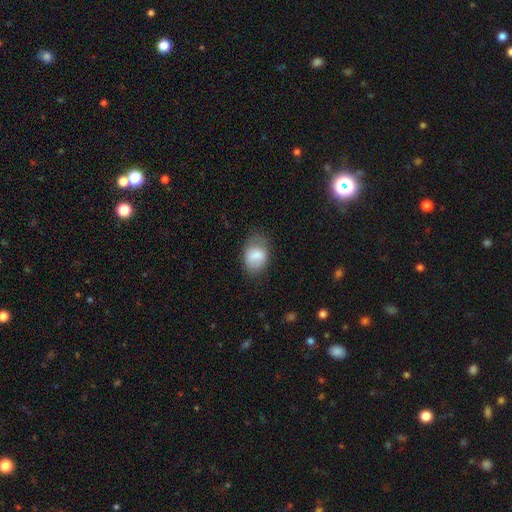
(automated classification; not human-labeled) smooth_or_featured: smooth (p=0.79) [alt: featured or disk p=0.14]
how_rounded: in between (p=0.76) [alt: round p=0.23]
merging: none (p=0.61) [alt: minor disturbance p=0.27]